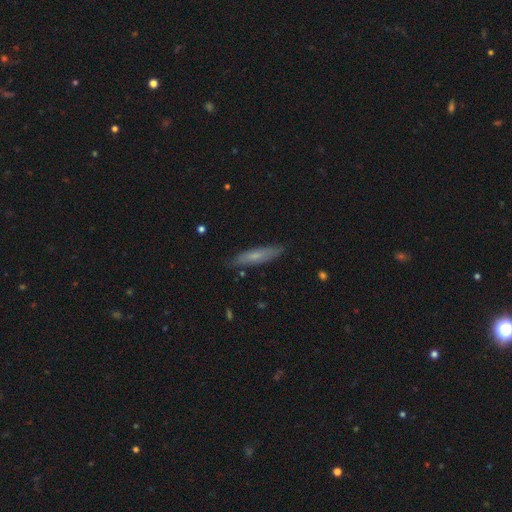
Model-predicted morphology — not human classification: Overall: smooth (61%; featured or disk 32%). How rounded: cigar-shaped (84%). Merging: none (84%).